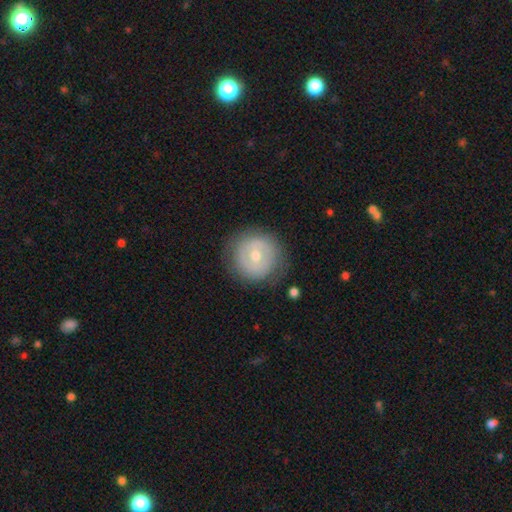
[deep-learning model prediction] The model was most divided on "smooth or featured": smooth: 47%, featured or disk: 46%, star or artifact: 7%. More confident: merging — none (81%).